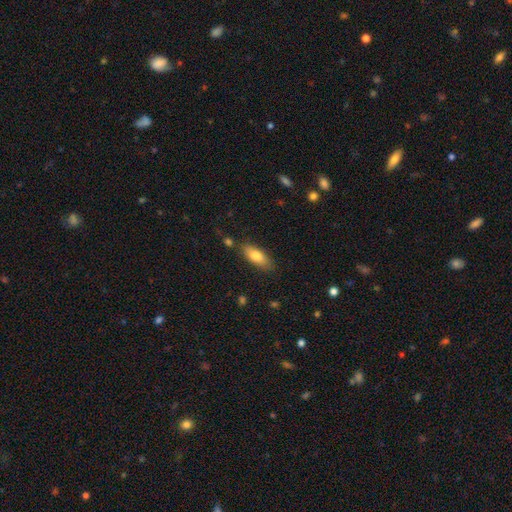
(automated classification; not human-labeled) Smooth or featured: smooth — 80% (featured or disk — 13%)
How rounded: in between — 76% (cigar-shaped — 22%)
Merging: none — 79% (minor disturbance — 14%)